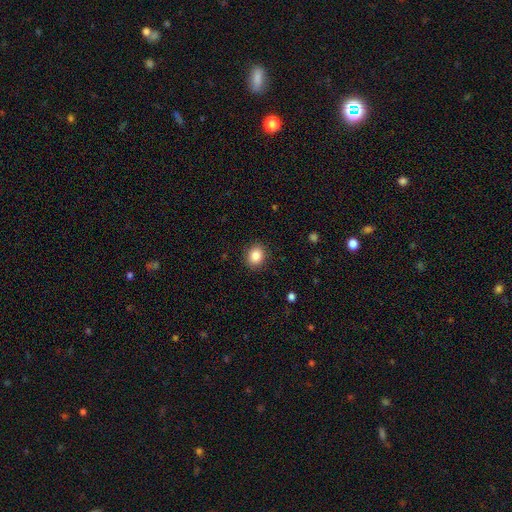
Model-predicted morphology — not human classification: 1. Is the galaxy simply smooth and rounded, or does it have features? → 85% smooth, 9% star or artifact, 6% featured or disk.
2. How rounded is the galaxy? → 70% round, 29% in between, 1% cigar-shaped.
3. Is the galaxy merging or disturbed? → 90% none, 7% minor disturbance, 2% major disturbance, 1% merger.